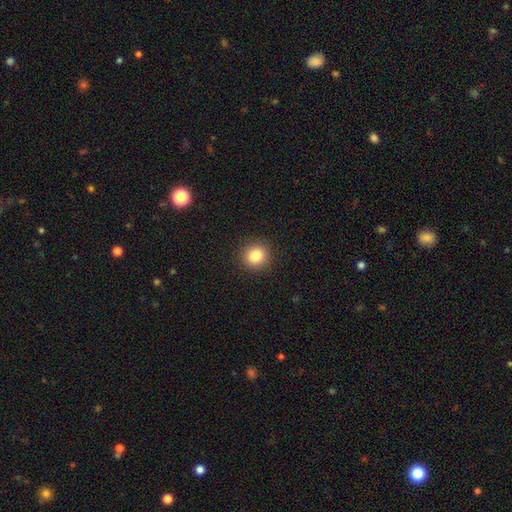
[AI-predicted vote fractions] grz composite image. It shows a smooth galaxy with no disk features (83%) that is round (89%). Merging: none (91%).